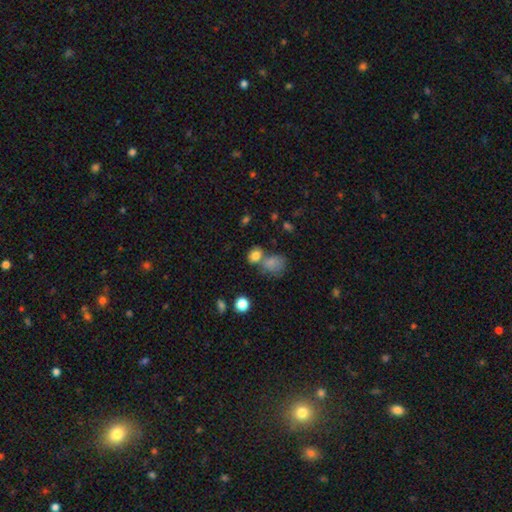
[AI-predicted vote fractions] smooth_or_featured: smooth (p=0.80) [alt: star or artifact p=0.13]
how_rounded: in between (p=0.53) [alt: round p=0.46]
merging: none (p=0.48) [alt: merger p=0.34]